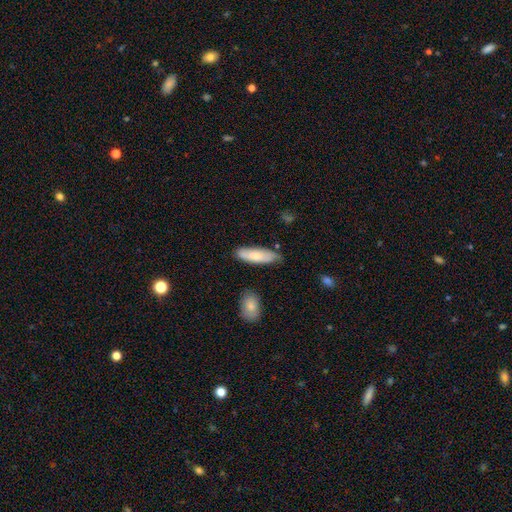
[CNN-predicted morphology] Overall: smooth (76%). How rounded: in between (52%; cigar-shaped 46%). Merging: none (75%).